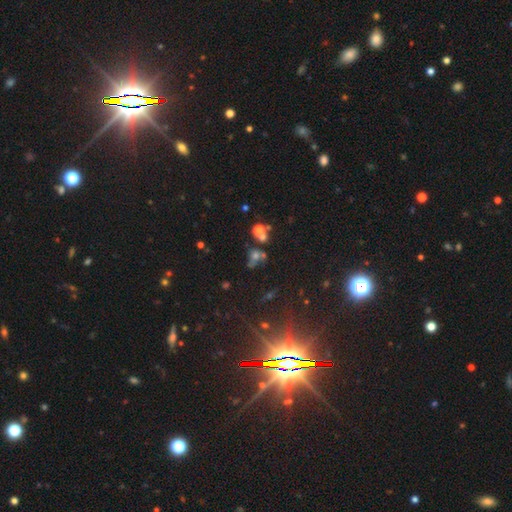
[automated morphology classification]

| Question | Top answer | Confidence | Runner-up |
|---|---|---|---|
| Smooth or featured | star or artifact | 50% | smooth (31%) |